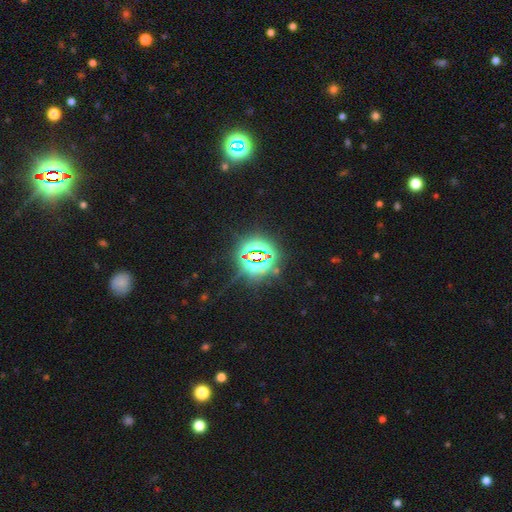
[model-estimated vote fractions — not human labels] Morphology: type=star or artifact (81%).